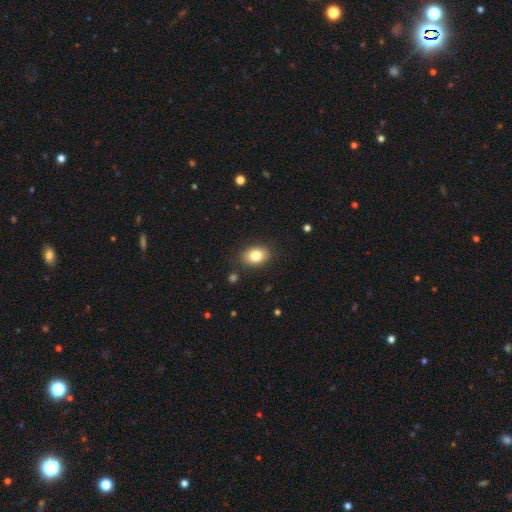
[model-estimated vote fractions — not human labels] smooth_or_featured: smooth (p=0.82) [alt: star or artifact p=0.09]
how_rounded: in between (p=0.76) [alt: round p=0.23]
merging: none (p=0.86) [alt: minor disturbance p=0.10]